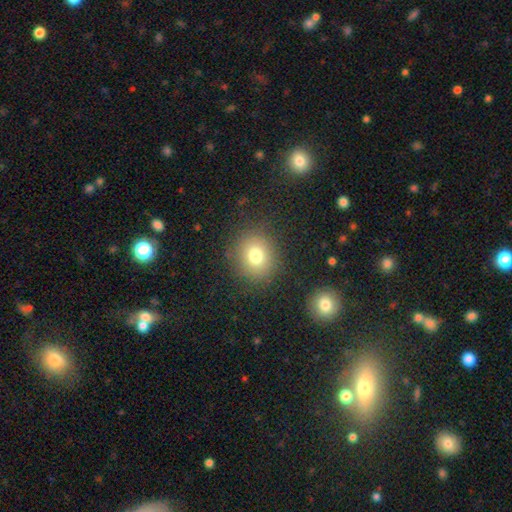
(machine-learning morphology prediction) This appears to be a smooth galaxy with no disk features (76%) that is round (76%). Merging: none (86%).